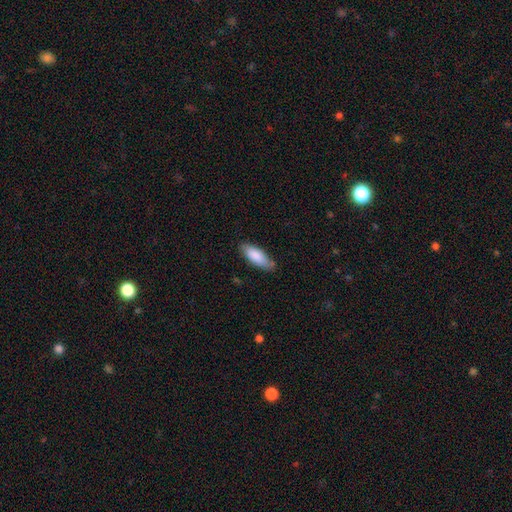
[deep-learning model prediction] Morphology: type=smooth (84%); roundness=in between (69%); merging=none (76%).